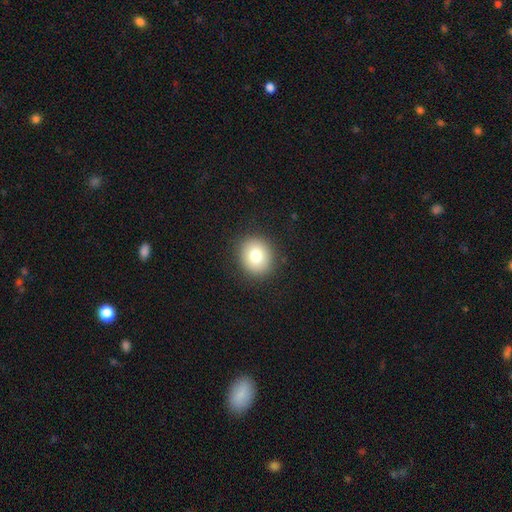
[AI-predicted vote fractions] A smooth galaxy with no disk features (78%) that is round (80%). Merging: none (90%).